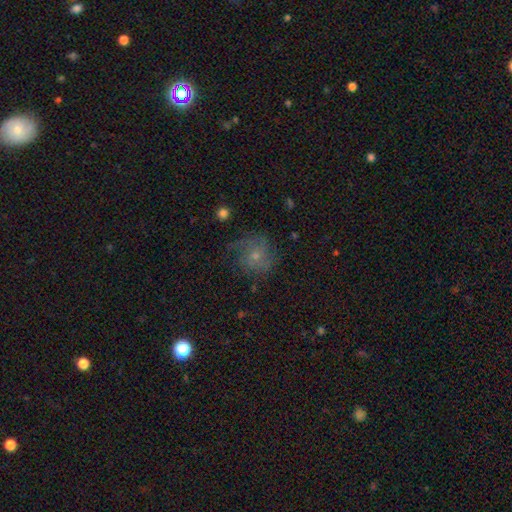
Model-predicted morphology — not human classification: Smooth or featured?
  - smooth: 46% *
  - featured or disk: 40%
  - star or artifact: 14%
Merging?
  - none: 60% *
  - minor disturbance: 22%
  - major disturbance: 16%
  - merger: 2%